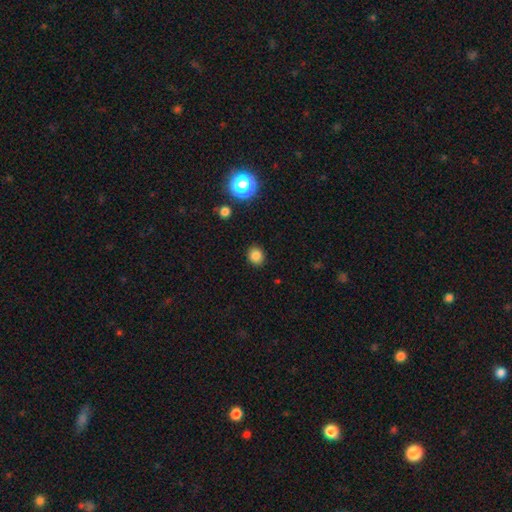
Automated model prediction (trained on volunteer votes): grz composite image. It shows a smooth galaxy with no disk features (82%) that is round (75%). Merging: none (89%).